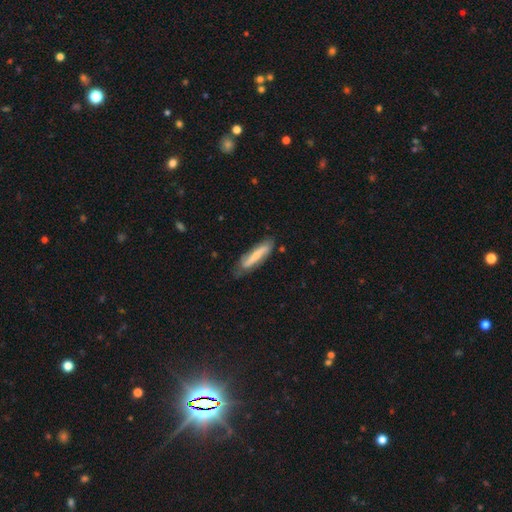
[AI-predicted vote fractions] Q: Smooth or featured?
A: smooth (55%); runner-up: featured or disk (39%)
Q: How rounded?
A: cigar-shaped (78%); runner-up: in between (21%)
Q: Merging?
A: none (69%); runner-up: minor disturbance (24%)